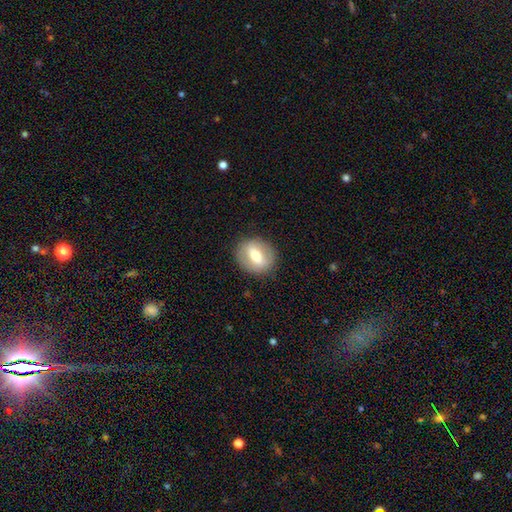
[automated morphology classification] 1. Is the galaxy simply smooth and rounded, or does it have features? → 53% smooth, 40% featured or disk, 7% star or artifact.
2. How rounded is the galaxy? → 65% round, 33% in between, 2% cigar-shaped.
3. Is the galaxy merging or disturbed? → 86% none, 9% minor disturbance, 3% major disturbance, 1% merger.